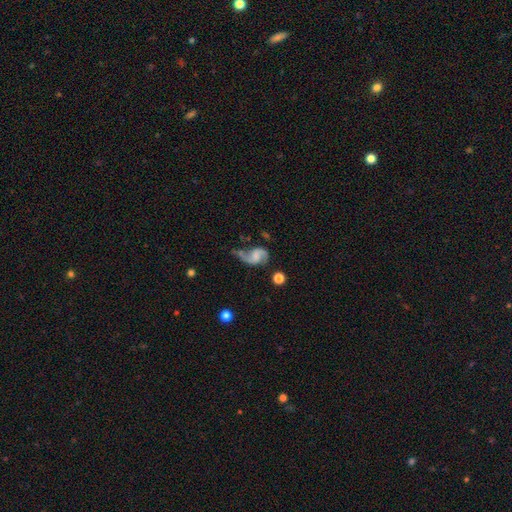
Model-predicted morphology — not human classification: Smooth or featured? Predicted: featured or disk (p=0.80). Edge-on disk? Predicted: no (p=0.98). Bar? Predicted: no (p=0.50). Spiral arms? Predicted: yes (p=0.95). Spiral winding? Predicted: loose (p=0.58). Spiral arm count? Predicted: 2 (p=0.86). Bulge size? Predicted: none (p=0.37). Merging? Predicted: none (p=0.45).